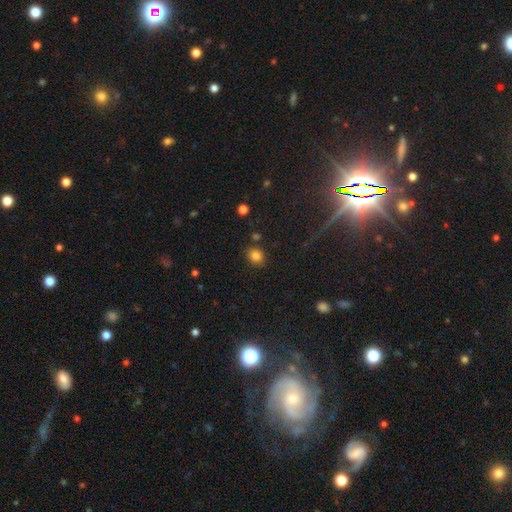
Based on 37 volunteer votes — Q: Smooth or featured?
A: smooth (92%); runner-up: star or artifact (5%)
Q: How rounded?
A: round (59%); runner-up: in between (41%)
Q: Merging?
A: none (77%); runner-up: minor disturbance (17%)